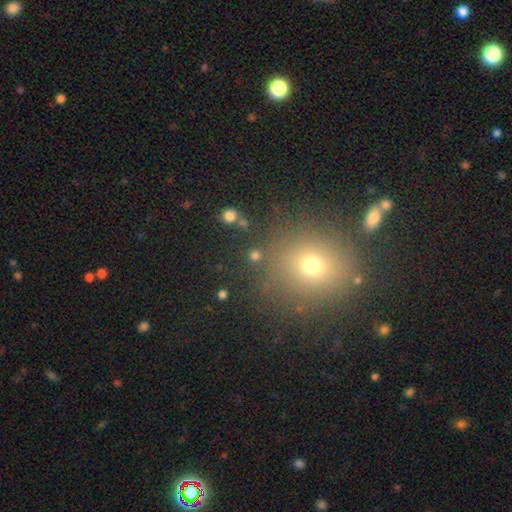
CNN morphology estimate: smooth-or-featured: smooth: 61% | star or artifact: 29% | featured or disk: 10%
  how-rounded: round: 84% | in between: 14% | cigar-shaped: 1%
  merging: none: 84% | minor disturbance: 8% | merger: 4% | major disturbance: 4%